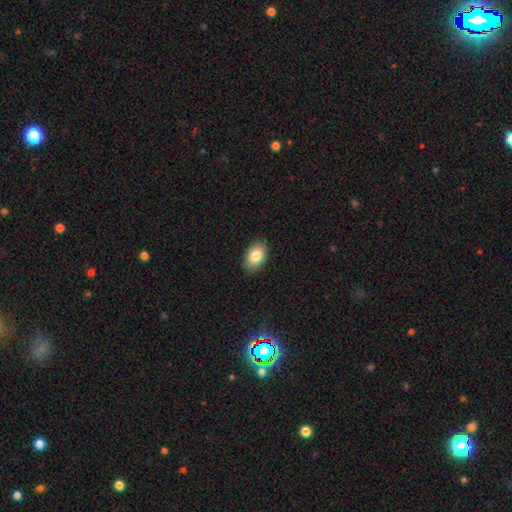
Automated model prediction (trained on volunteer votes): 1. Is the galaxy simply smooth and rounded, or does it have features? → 83% smooth, 9% featured or disk, 8% star or artifact.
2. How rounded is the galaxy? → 89% in between, 10% round, 1% cigar-shaped.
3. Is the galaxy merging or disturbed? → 88% none, 9% minor disturbance, 2% major disturbance, 1% merger.